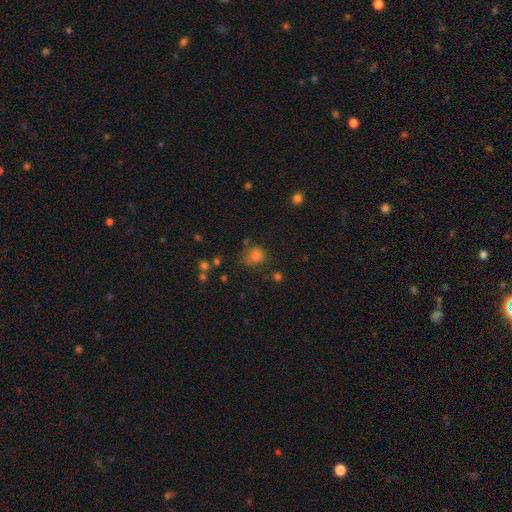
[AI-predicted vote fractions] smooth 76%, star or artifact 17%, featured or disk 7%. Down the decision tree: how rounded — round (76%); merging — none (63%).